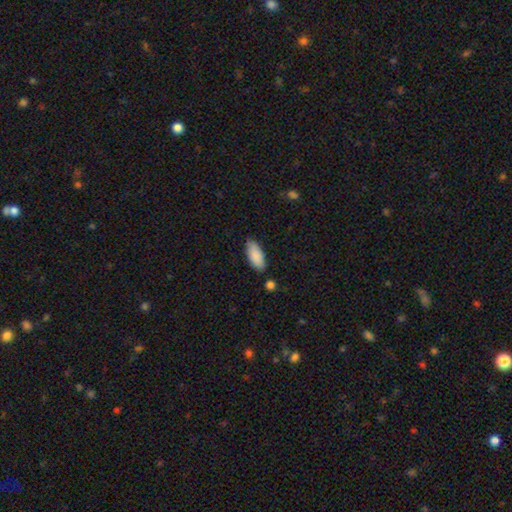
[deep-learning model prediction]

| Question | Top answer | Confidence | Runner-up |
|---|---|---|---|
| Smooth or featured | smooth | 89% | featured or disk (6%) |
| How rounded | in between | 84% | cigar-shaped (14%) |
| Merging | none | 80% | minor disturbance (14%) |